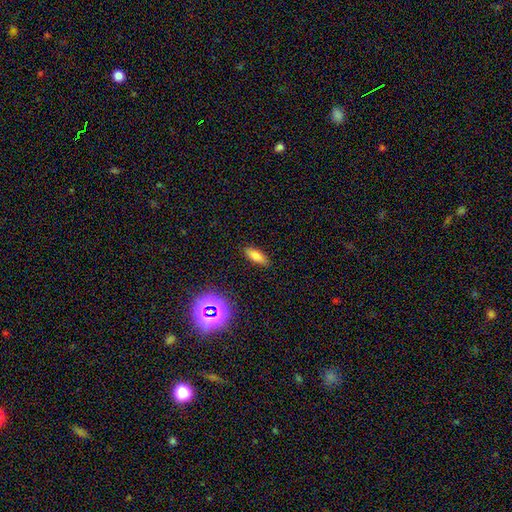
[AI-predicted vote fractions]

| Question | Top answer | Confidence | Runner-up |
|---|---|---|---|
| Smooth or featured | smooth | 74% | star or artifact (14%) |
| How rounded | in between | 72% | cigar-shaped (25%) |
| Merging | none | 87% | minor disturbance (9%) |